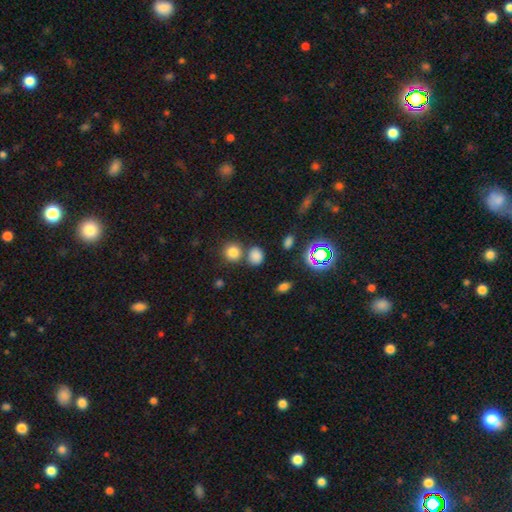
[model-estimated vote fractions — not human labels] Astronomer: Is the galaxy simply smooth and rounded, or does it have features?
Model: smooth — 76%.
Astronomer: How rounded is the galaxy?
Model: round — 71%.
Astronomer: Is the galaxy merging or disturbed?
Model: none — 66%.